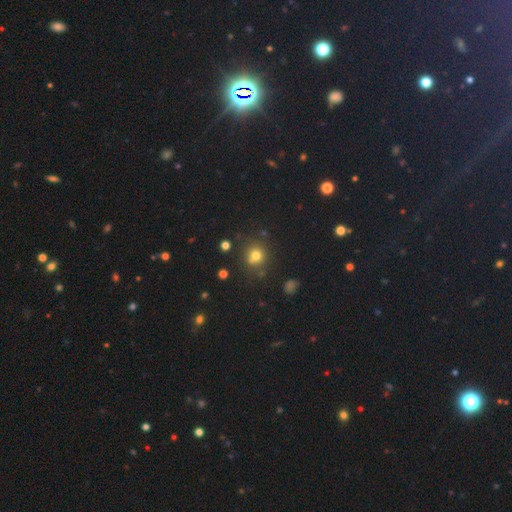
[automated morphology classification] This is likely a smooth galaxy (71%). How rounded: clearly round (85%). Merging: likely none (67%).